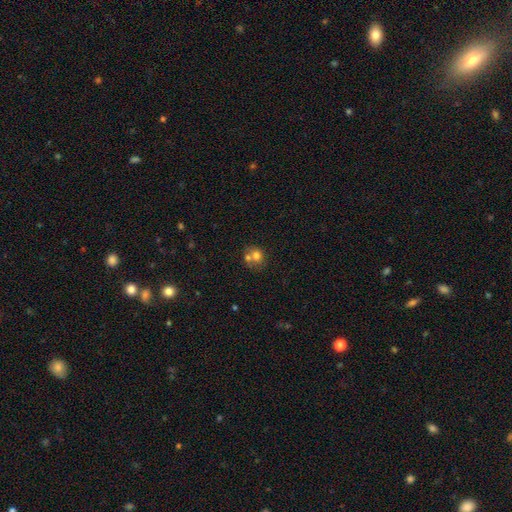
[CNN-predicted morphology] A smooth galaxy with no disk features (70%) that is round (71%). Merging: merger (48%).